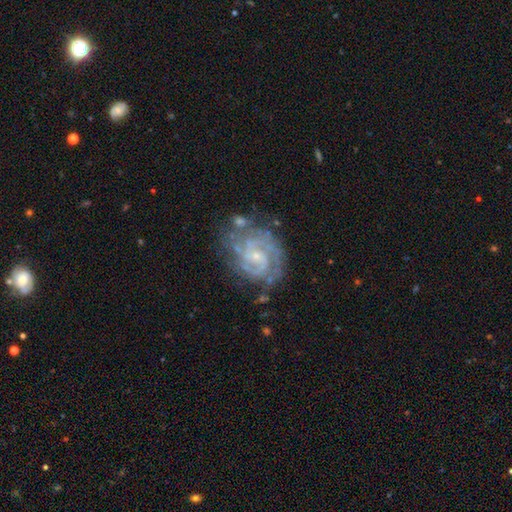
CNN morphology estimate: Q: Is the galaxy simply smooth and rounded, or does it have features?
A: featured or disk — 88%.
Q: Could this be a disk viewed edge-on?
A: no — 98%.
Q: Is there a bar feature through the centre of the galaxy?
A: no — 58%.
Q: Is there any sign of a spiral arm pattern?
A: yes — 97%.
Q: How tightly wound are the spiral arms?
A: tight — 63%.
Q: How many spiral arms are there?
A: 2 — 41%.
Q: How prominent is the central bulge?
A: small — 78%.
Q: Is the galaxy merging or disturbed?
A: none — 64%.